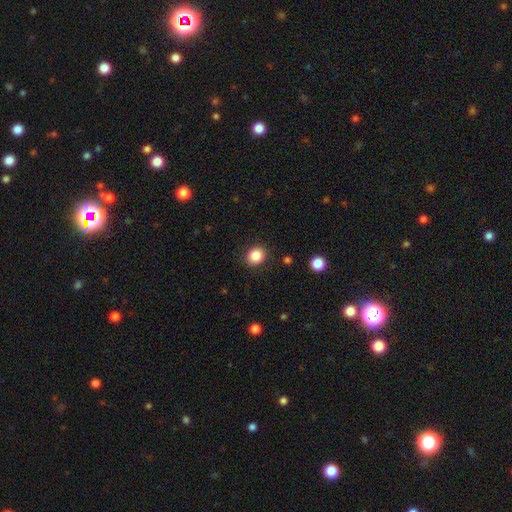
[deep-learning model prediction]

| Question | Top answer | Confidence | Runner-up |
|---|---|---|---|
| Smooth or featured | smooth | 86% | star or artifact (10%) |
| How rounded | round | 74% | in between (25%) |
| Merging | none | 89% | minor disturbance (7%) |